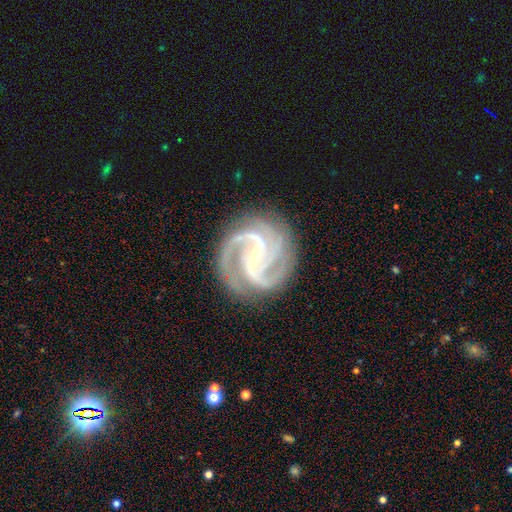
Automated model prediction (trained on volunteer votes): Smooth or featured? Predicted: featured or disk (p=0.94). Edge-on disk? Predicted: no (p=0.98). Bar? Predicted: weak (p=0.35, tied with strong). Spiral arms? Predicted: yes (p=0.99). Spiral winding? Predicted: medium (p=0.52). Spiral arm count? Predicted: 3 (p=0.52). Bulge size? Predicted: small (p=0.78). Merging? Predicted: none (p=0.79).